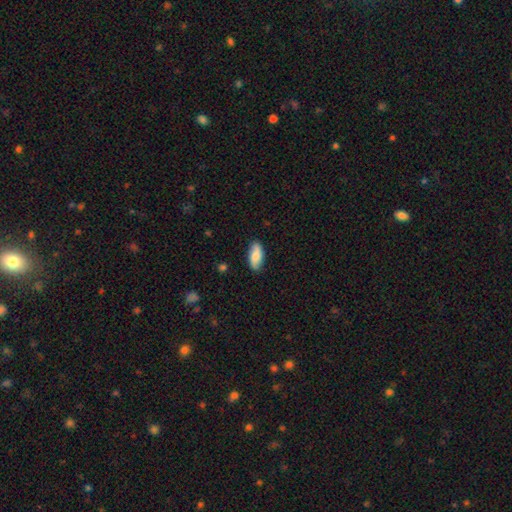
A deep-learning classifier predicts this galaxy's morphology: Smooth or featured: smooth — 81% (featured or disk — 13%)
How rounded: in between — 87% (cigar-shaped — 11%)
Merging: none — 85% (minor disturbance — 11%)